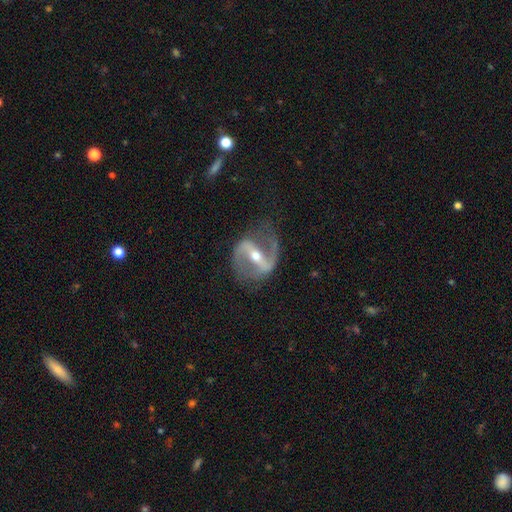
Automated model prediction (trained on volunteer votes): Smooth or featured? Predicted: featured or disk (p=0.91). Edge-on disk? Predicted: no (p=0.96). Bar? Predicted: strong (p=0.71). Spiral arms? Predicted: yes (p=0.95). Spiral winding? Predicted: medium (p=0.46). Spiral arm count? Predicted: 2 (p=0.90). Bulge size? Predicted: moderate (p=0.52). Merging? Predicted: none (p=0.74).